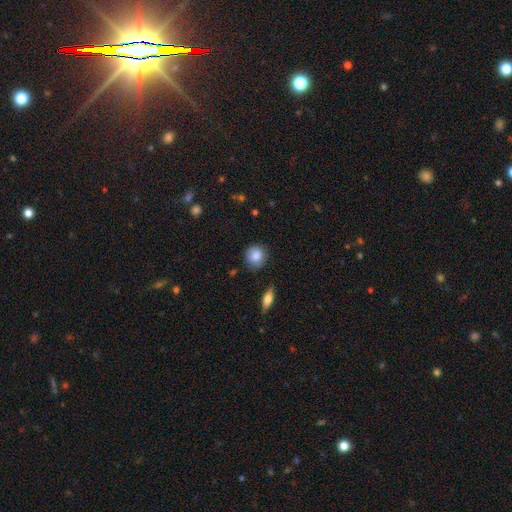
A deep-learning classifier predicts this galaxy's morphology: A smooth galaxy with no disk features (82%) that is round (86%). Merging: none (76%).